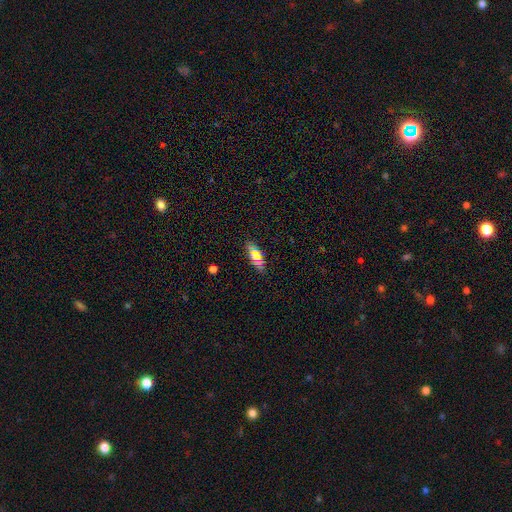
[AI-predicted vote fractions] Smooth or featured? Predicted: smooth (p=0.64). How rounded? Predicted: in between (p=0.73). Merging? Predicted: none (p=0.85).